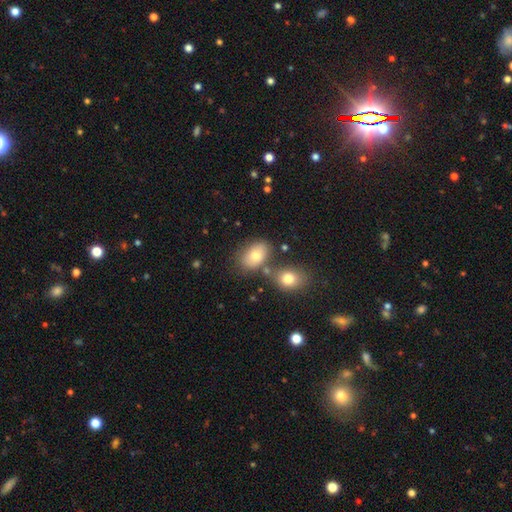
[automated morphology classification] The model was most divided on "merging": none: 62%, merger: 20%, minor disturbance: 14%, major disturbance: 4%. More confident: how rounded — in between (83%); smooth or featured — smooth (76%).